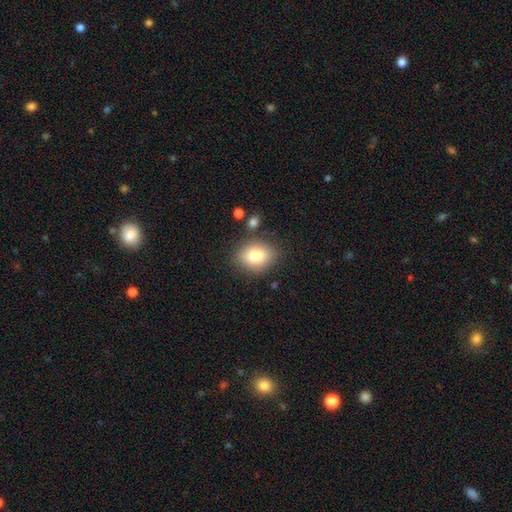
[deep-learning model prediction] A smooth galaxy with no disk features (80%) that is in between round and cigar-shaped (58%). Merging: none (81%).